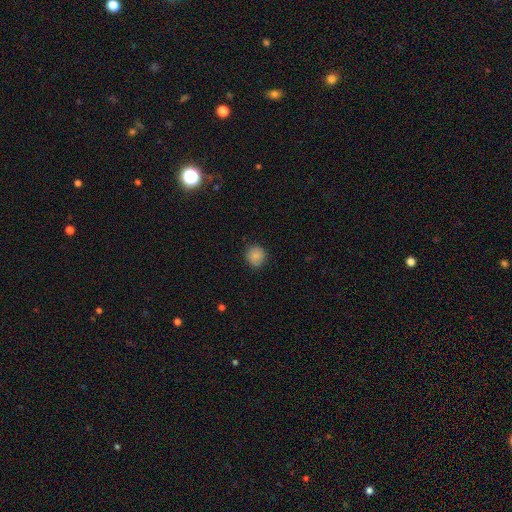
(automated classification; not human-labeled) Smooth or featured? Predicted: smooth (p=0.82). How rounded? Predicted: round (p=0.89). Merging? Predicted: none (p=0.84).